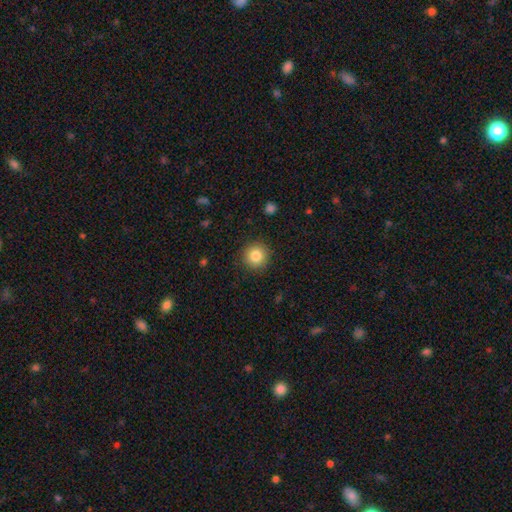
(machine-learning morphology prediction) This appears to be a smooth galaxy with no disk features (83%) that is round (95%). Merging: none (91%).